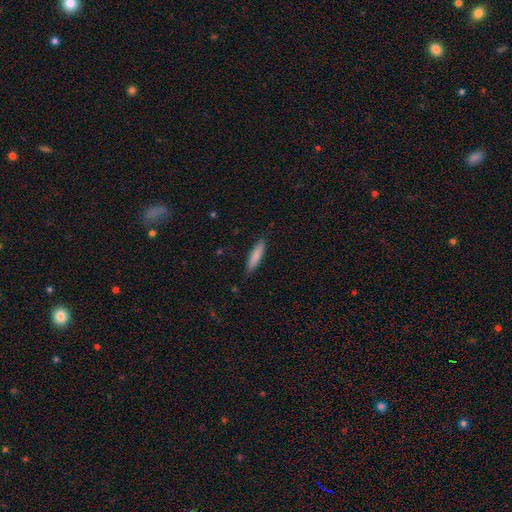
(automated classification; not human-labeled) smooth 80%, featured or disk 15%, star or artifact 6%. Down the decision tree: how rounded — cigar-shaped (83%); merging — none (84%).